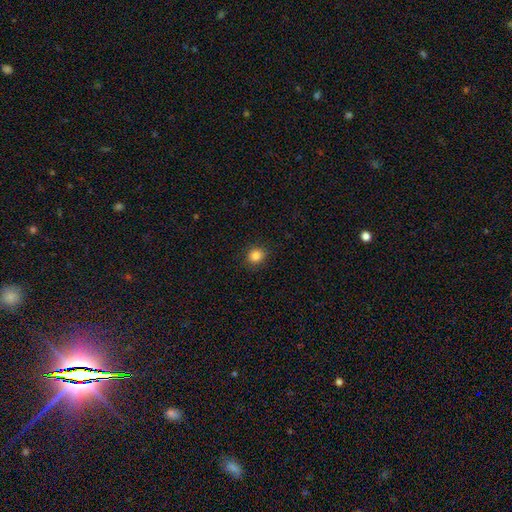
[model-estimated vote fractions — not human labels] A smooth galaxy with no disk features (85%) that is round (75%).

Vote fractions:
- Smooth or featured? smooth: 85% / star or artifact: 11% / featured or disk: 4%
- How rounded? round: 75% / in between: 24% / cigar-shaped: 1%
- Merging? none: 89% / minor disturbance: 8% / major disturbance: 2% / merger: 1%